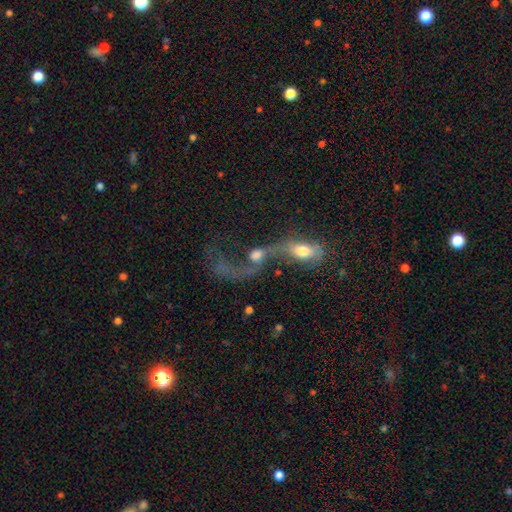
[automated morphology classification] The model was most divided on "smooth or featured": featured or disk: 50%, smooth: 36%, star or artifact: 13%. More confident: edge-on disk — no (90%); merging — merger (76%).